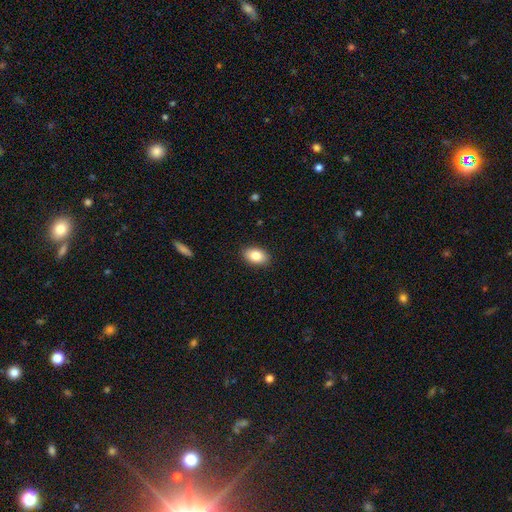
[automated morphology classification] smooth_or_featured: smooth (p=0.84) [alt: featured or disk p=0.08]
how_rounded: in between (p=0.89) [alt: round p=0.09]
merging: none (p=0.89) [alt: minor disturbance p=0.08]